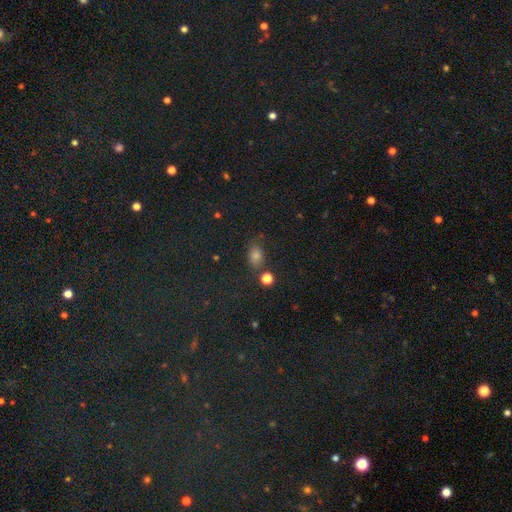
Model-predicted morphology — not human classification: Overall: smooth (68%). How rounded: in between (76%). Merging: none (71%).